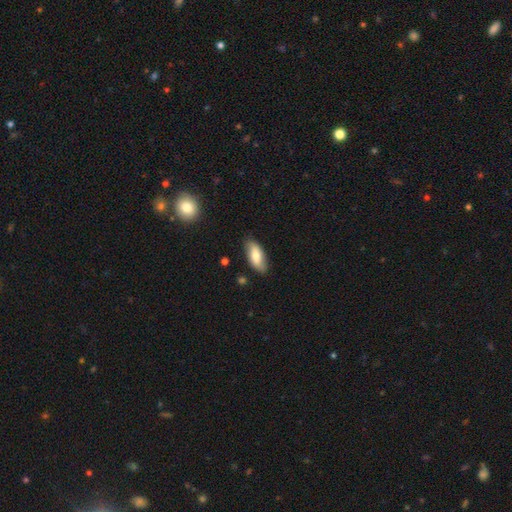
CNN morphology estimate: A smooth galaxy with no disk features (73%) that is in between round and cigar-shaped (86%).

Vote fractions:
- Smooth or featured? smooth: 73% / featured or disk: 21% / star or artifact: 6%
- How rounded? in between: 86% / cigar-shaped: 12% / round: 2%
- Merging? none: 81% / minor disturbance: 15% / major disturbance: 3% / merger: 2%